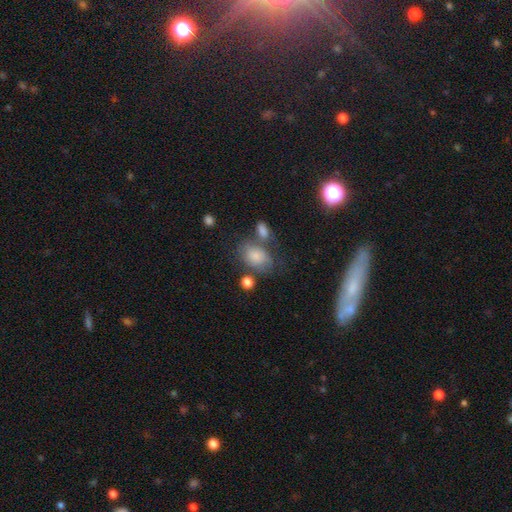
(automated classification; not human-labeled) Q: Smooth or featured?
A: smooth (69%); runner-up: featured or disk (17%)
Q: How rounded?
A: in between (76%); runner-up: round (22%)
Q: Merging?
A: none (55%); runner-up: minor disturbance (19%)